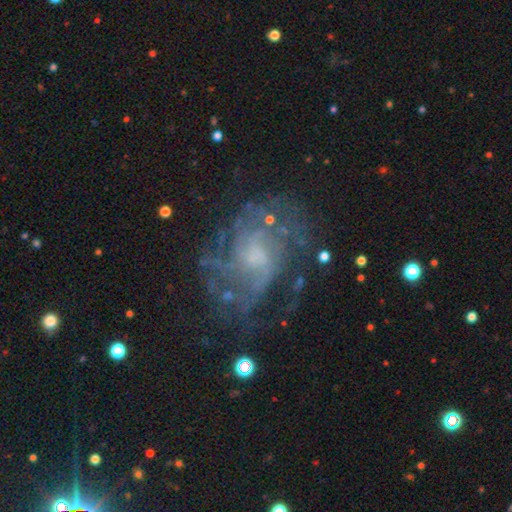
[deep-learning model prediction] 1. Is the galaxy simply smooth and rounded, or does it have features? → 80% featured or disk, 11% star or artifact, 9% smooth.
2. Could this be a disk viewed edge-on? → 97% no, 3% yes.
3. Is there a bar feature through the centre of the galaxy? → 62% no, 33% weak, 5% strong.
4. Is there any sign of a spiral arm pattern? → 88% yes, 12% no.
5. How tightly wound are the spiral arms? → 43% medium, 34% tight, 23% loose.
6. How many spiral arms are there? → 38% can't tell, 17% 3, 16% 4, 13% 2, 9% more than 4, 6% 1.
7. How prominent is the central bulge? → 39% small, 28% moderate, 26% none, 5% large, 1% dominant.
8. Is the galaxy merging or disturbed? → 60% none, 19% major disturbance, 18% minor disturbance, 3% merger.